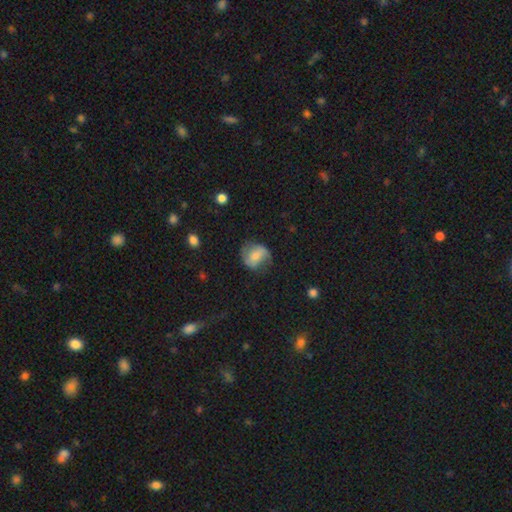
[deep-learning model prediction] Overall: featured or disk (49%; smooth 43%). Merging: none (61%; minor disturbance 25%).